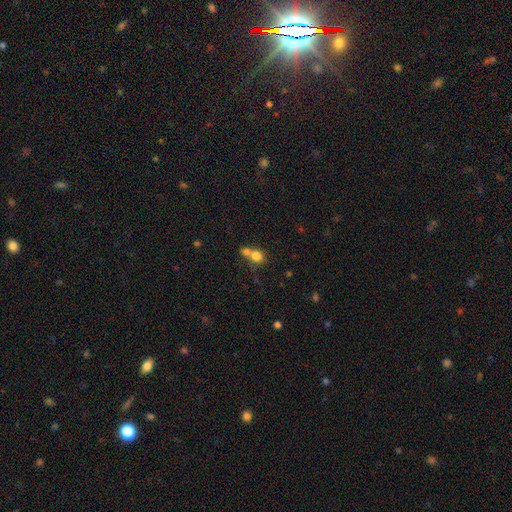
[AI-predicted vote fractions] smooth 77%, featured or disk 12%, star or artifact 11%. Down the decision tree: how rounded — round (75%); merging — merger (55%).